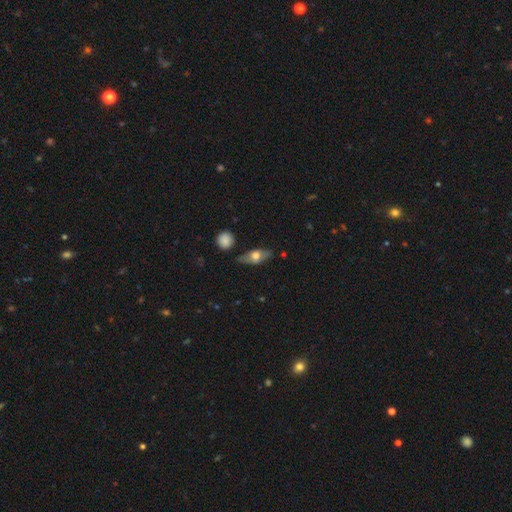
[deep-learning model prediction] This is possibly a smooth galaxy (52%). How rounded: likely in between (72%). Merging: likely none (74%).